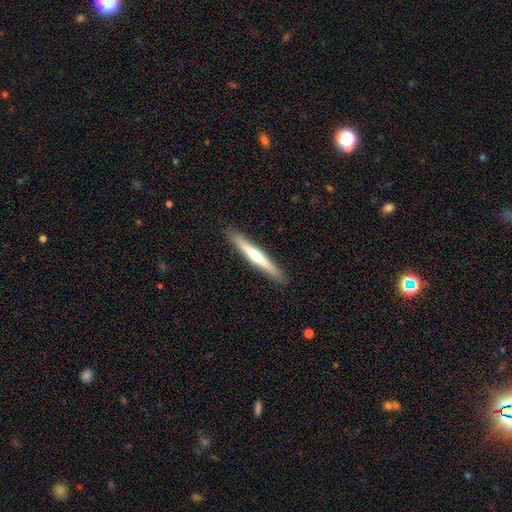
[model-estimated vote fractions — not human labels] Smooth or featured? Predicted: featured or disk (p=0.55). Edge-on disk? Predicted: yes (p=0.96). Edge-on bulge? Predicted: rounded (p=0.73). Merging? Predicted: none (p=0.91).